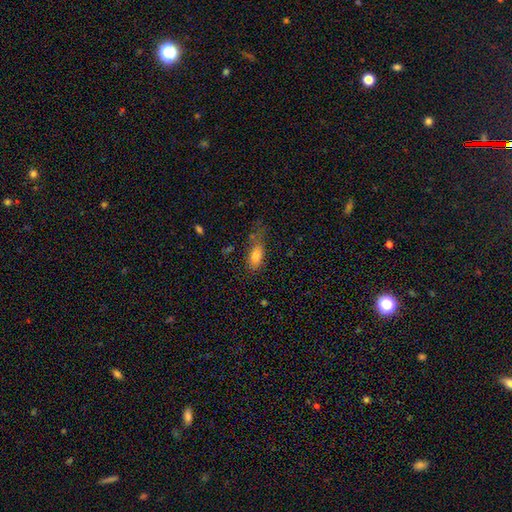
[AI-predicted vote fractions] The model was most divided on "merging": none: 37%, minor disturbance: 31%, major disturbance: 25%, merger: 7%. More confident: how rounded — in between (79%); smooth or featured — smooth (75%).